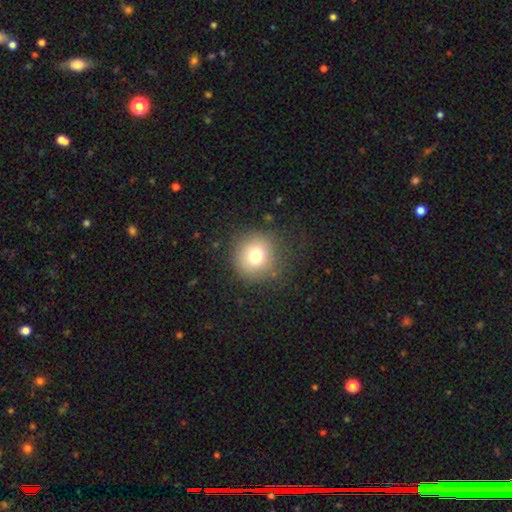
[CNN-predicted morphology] Smooth or featured? smooth (76%)
How rounded? round (92%)
Merging? none (82%)